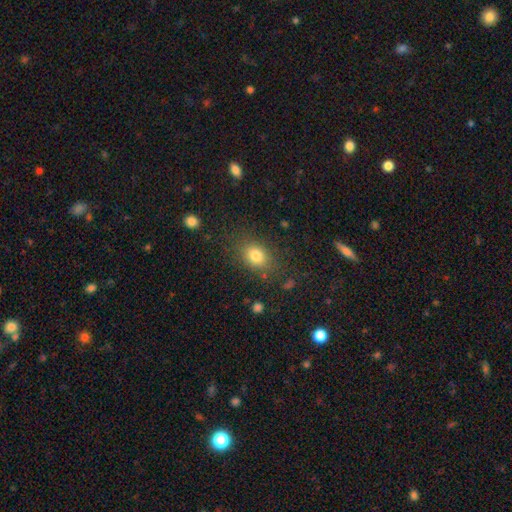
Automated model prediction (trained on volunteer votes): The model was most divided on "how rounded": in between: 63%, round: 36%, cigar-shaped: 1%. More confident: smooth or featured — smooth (81%); merging — none (80%).